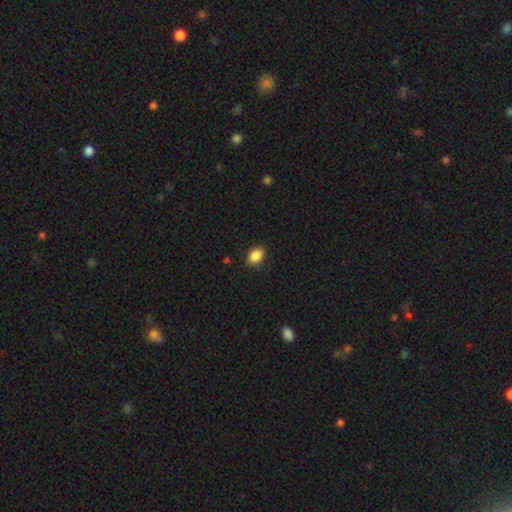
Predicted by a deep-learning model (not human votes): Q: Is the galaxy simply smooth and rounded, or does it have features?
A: smooth — 87%.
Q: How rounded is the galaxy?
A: in between — 75%.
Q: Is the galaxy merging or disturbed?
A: none — 83%.